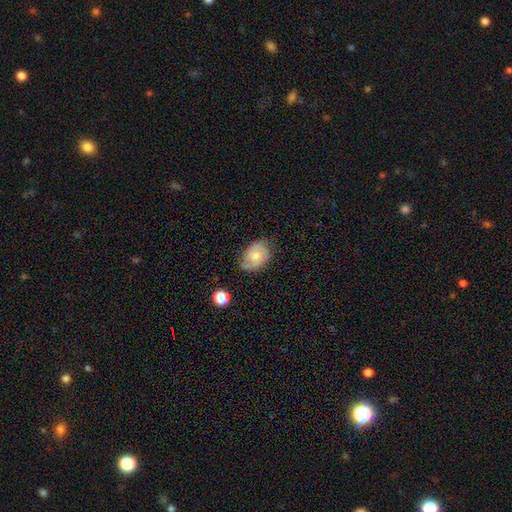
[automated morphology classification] Smooth or featured? Predicted: smooth (p=0.54). How rounded? Predicted: in between (p=0.71). Merging? Predicted: none (p=0.58).